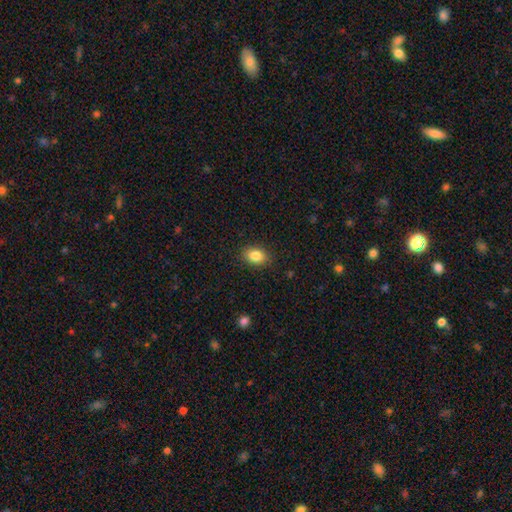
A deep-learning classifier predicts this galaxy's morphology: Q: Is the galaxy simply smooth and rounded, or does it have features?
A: smooth — 85%.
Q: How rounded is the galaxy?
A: in between — 77%.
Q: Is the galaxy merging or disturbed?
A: none — 88%.